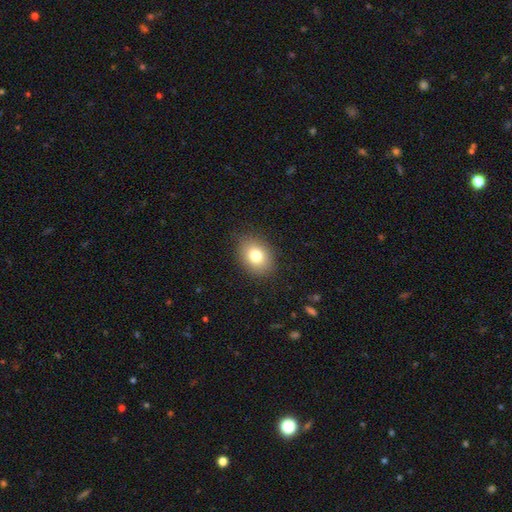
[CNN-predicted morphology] This is likely a smooth galaxy (79%). How rounded: likely in between (64%). Merging: clearly none (86%).